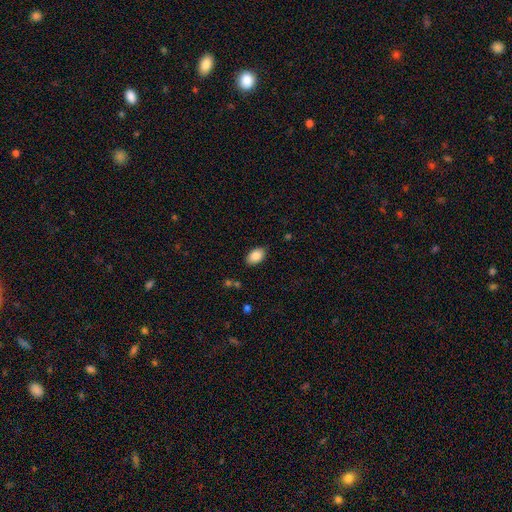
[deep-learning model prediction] smooth-or-featured: smooth: 88% | star or artifact: 7% | featured or disk: 5%
  how-rounded: in between: 91% | round: 8% | cigar-shaped: 1%
  merging: none: 86% | minor disturbance: 10% | major disturbance: 2% | merger: 1%